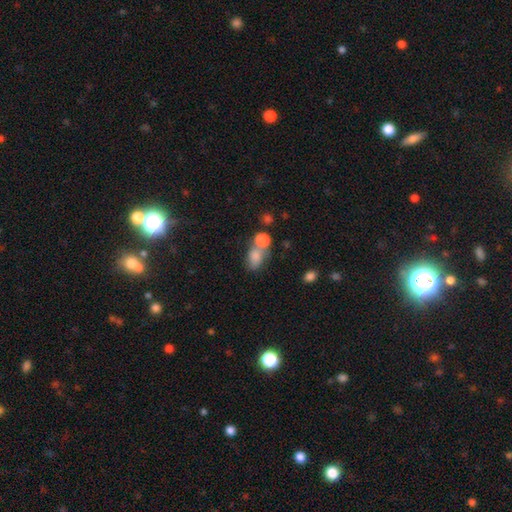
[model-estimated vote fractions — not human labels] Smooth or featured: smooth — 79% (star or artifact — 11%)
How rounded: in between — 70% (round — 28%)
Merging: none — 39% (merger — 38%)